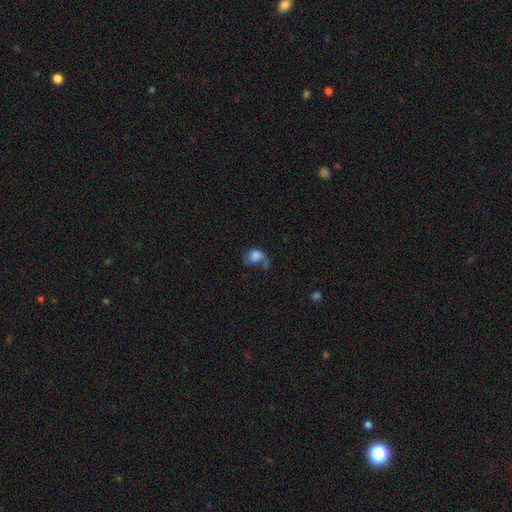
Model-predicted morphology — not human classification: The model was most divided on "how rounded": in between: 57%, round: 42%, cigar-shaped: 1%. Remaining: smooth or featured — smooth (58%); merging — major disturbance (49%).